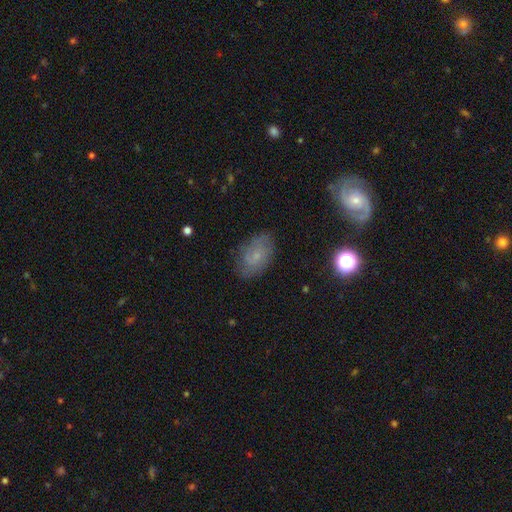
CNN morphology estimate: A smooth galaxy with no disk features (51%) that is in between round and cigar-shaped (87%). Merging: none (74%).